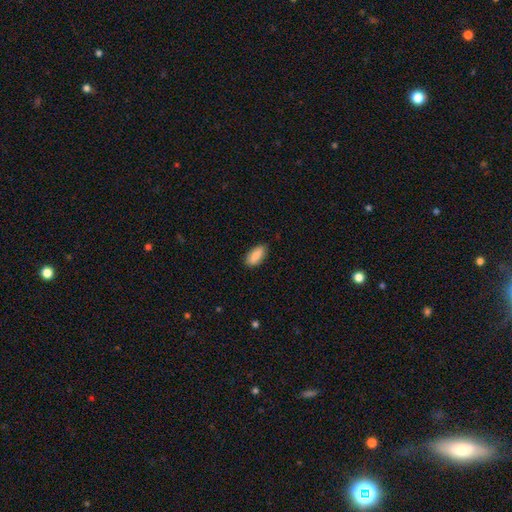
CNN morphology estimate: Smooth or featured: smooth — 83% (featured or disk — 11%)
How rounded: in between — 86% (cigar-shaped — 12%)
Merging: none — 85% (minor disturbance — 12%)